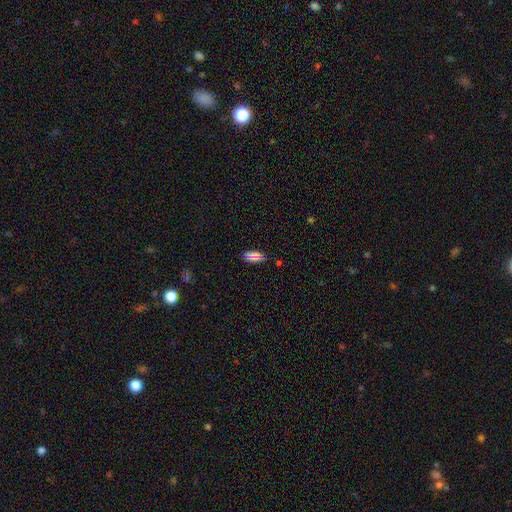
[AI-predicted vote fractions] This is likely a smooth galaxy (74%). How rounded: clearly in between (89%). Merging: likely none (73%).